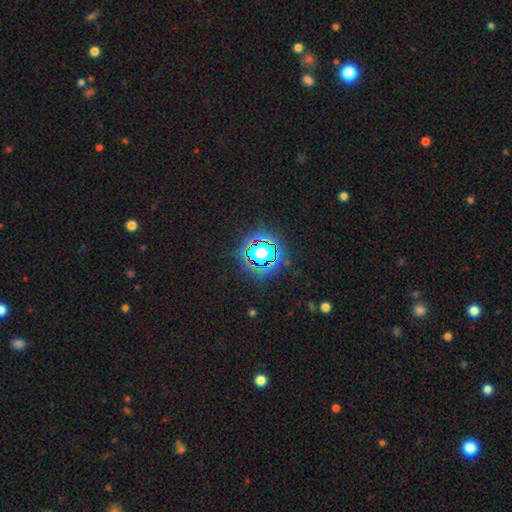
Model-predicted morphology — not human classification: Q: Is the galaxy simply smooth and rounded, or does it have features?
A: star or artifact — 83%.